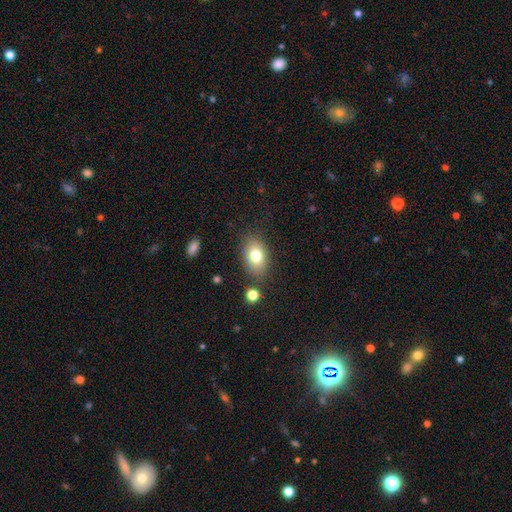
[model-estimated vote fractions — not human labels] smooth 77%, featured or disk 14%, star or artifact 9%. Down the decision tree: how rounded — in between (83%); merging — none (80%).